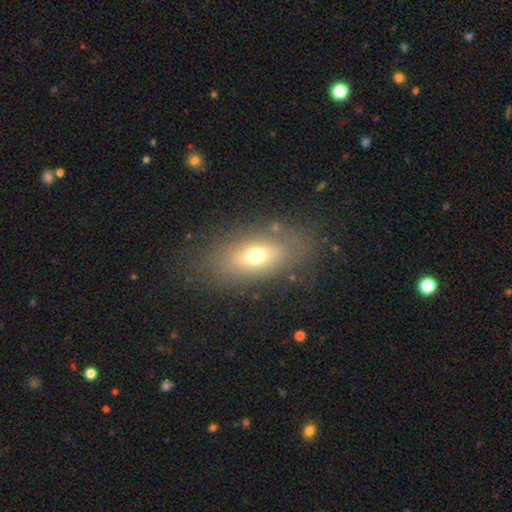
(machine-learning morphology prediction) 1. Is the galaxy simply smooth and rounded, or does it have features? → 63% smooth, 25% featured or disk, 12% star or artifact.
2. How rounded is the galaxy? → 81% in between, 11% round, 9% cigar-shaped.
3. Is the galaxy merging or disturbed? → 77% none, 14% minor disturbance, 7% major disturbance, 2% merger.